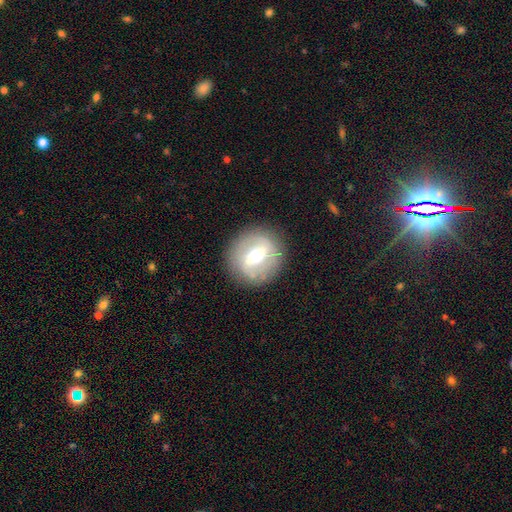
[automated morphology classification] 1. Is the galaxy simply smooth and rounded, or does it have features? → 65% featured or disk, 27% smooth, 7% star or artifact.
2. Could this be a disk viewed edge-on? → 89% no, 11% yes.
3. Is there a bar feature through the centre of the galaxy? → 48% strong, 38% weak, 14% no.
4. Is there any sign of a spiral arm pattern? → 55% no, 45% yes.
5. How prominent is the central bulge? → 73% moderate, 13% large, 12% small, 1% dominant, 1% none.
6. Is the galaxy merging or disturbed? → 85% none, 9% minor disturbance, 4% major disturbance, 1% merger.